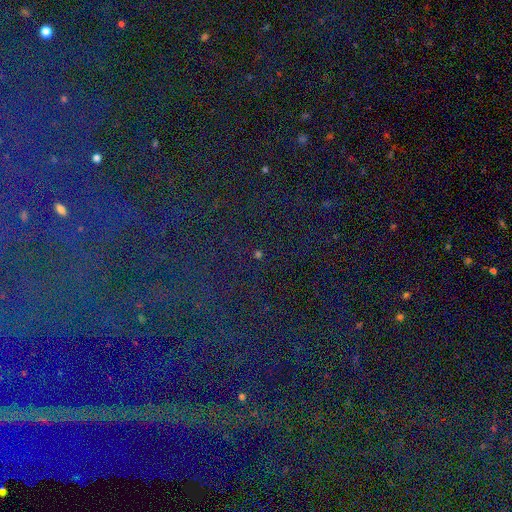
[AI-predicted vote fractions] Smooth or featured? star or artifact (82%)